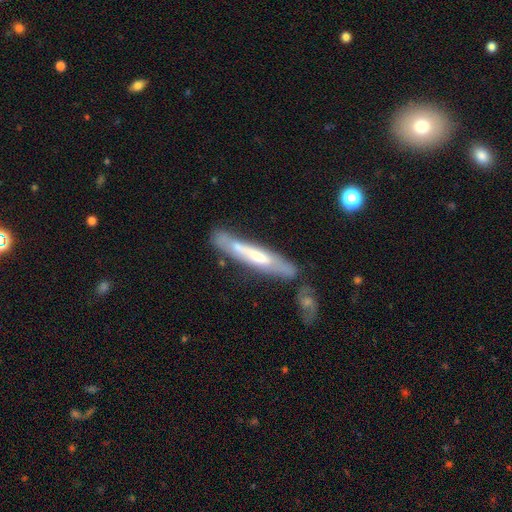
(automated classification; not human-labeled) smooth_or_featured: featured or disk (p=0.51) [alt: smooth p=0.43]
disk_edge_on: yes (p=0.71) [alt: no p=0.29]
merging: none (p=0.61) [alt: minor disturbance p=0.20]